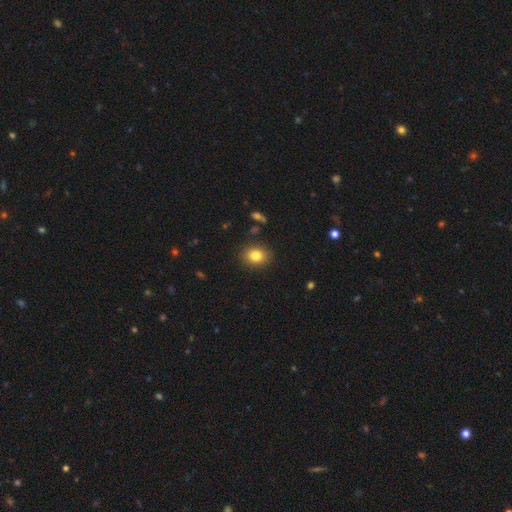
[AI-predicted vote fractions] A smooth galaxy with no disk features (82%) that is round (53%). Merging: none (88%).